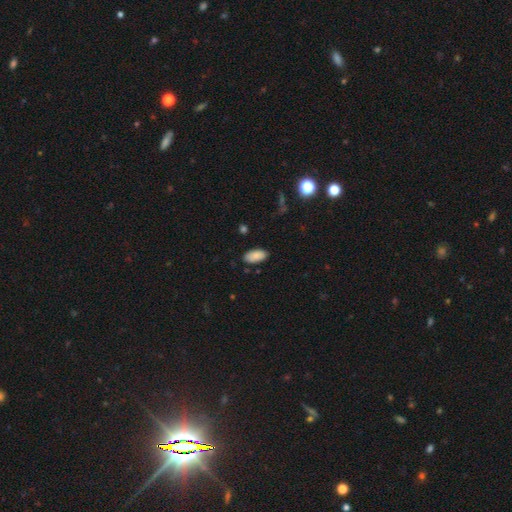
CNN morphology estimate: Overall: smooth (86%). How rounded: in between (93%). Merging: none (84%).